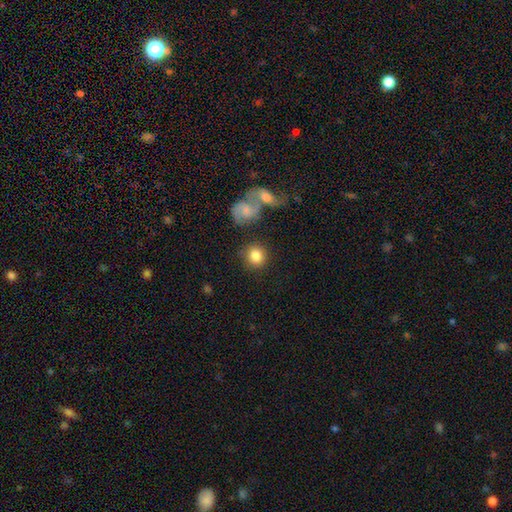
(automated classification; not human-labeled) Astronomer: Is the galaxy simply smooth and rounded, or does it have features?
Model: smooth — 83%.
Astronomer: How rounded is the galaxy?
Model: round — 87%.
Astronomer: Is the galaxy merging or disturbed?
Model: none — 75%.